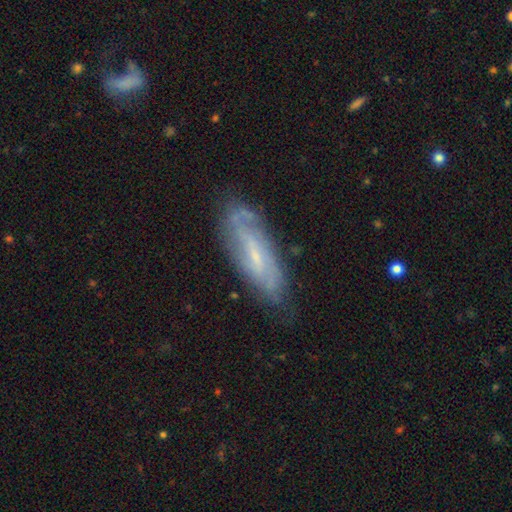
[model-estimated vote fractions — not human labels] A featured or disk galaxy (64%).

Vote fractions:
- Smooth or featured? featured or disk: 64% / smooth: 29% / star or artifact: 7%
- Edge-on disk? no: 76% / yes: 24%
- Merging? none: 70% / minor disturbance: 21% / major disturbance: 6% / merger: 2%